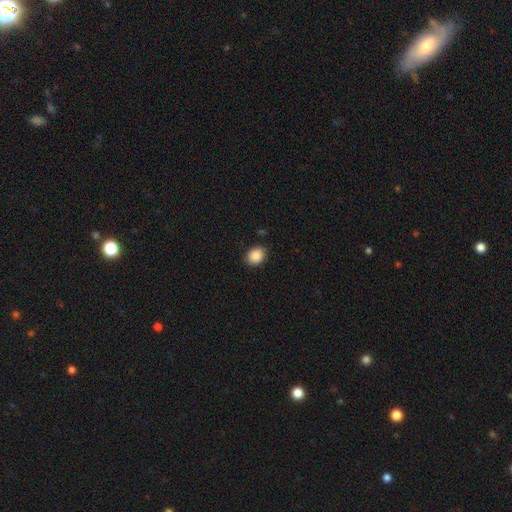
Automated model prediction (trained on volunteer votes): A smooth galaxy with no disk features (89%) that is round (50%).

Vote fractions:
- Smooth or featured? smooth: 89% / star or artifact: 8% / featured or disk: 3%
- How rounded? round: 50% / in between: 49% / cigar-shaped: 1%
- Merging? none: 85% / minor disturbance: 12% / major disturbance: 2% / merger: 1%